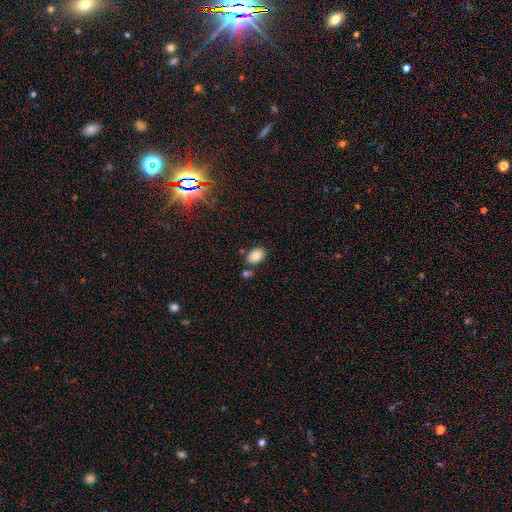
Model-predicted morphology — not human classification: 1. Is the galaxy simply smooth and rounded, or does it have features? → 83% smooth, 9% star or artifact, 8% featured or disk.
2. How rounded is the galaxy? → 80% in between, 18% round, 1% cigar-shaped.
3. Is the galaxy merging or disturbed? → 74% none, 12% minor disturbance, 10% merger, 3% major disturbance.